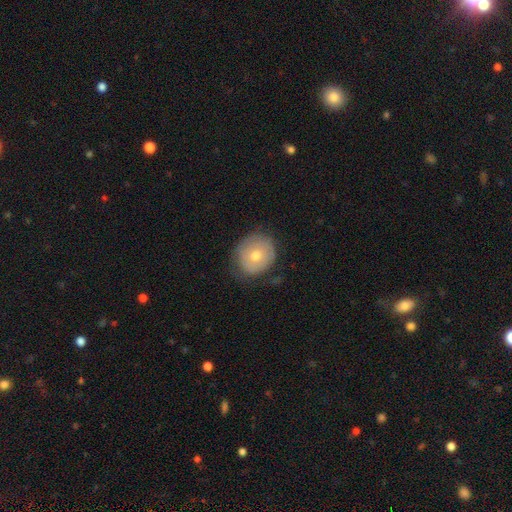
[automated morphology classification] Smooth or featured? smooth (57%)
How rounded? round (82%)
Merging? none (74%)